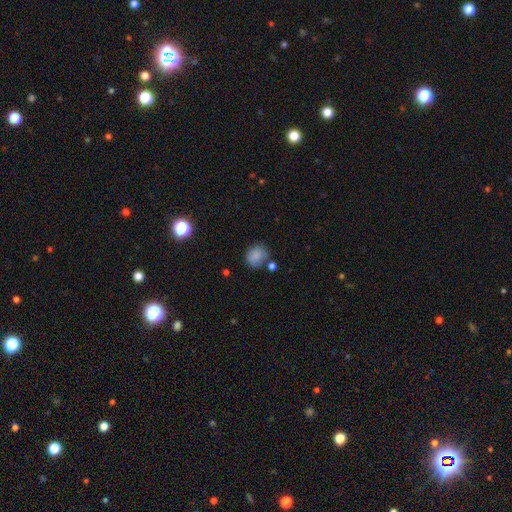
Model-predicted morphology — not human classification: Smooth or featured: smooth — 82% (star or artifact — 10%)
How rounded: round — 73% (in between — 26%)
Merging: none — 66% (minor disturbance — 19%)